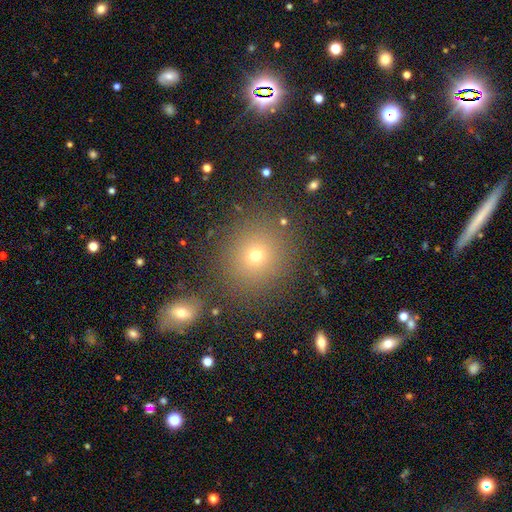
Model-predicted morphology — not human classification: smooth-or-featured: smooth: 69% | star or artifact: 21% | featured or disk: 11%
  how-rounded: round: 82% | in between: 17% | cigar-shaped: 1%
  merging: none: 83% | minor disturbance: 8% | merger: 5% | major disturbance: 4%